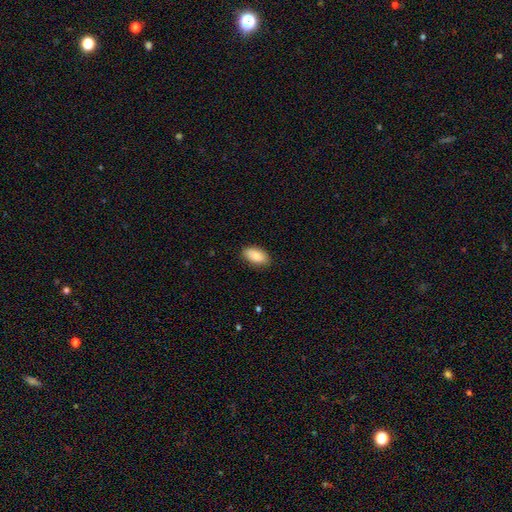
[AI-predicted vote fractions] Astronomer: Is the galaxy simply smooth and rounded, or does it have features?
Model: smooth — 88%.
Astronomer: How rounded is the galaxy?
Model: in between — 94%.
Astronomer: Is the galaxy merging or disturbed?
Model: none — 86%.